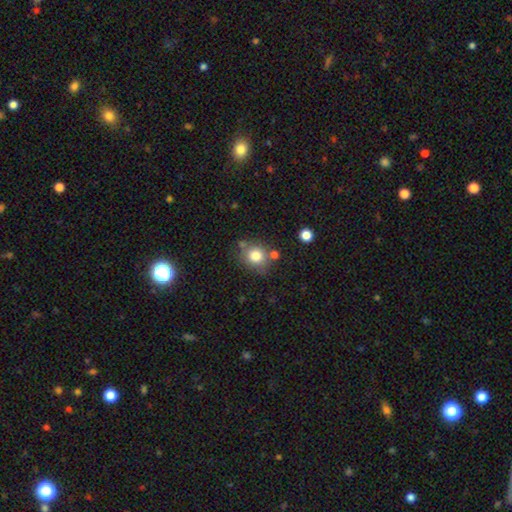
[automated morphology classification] Q: Smooth or featured?
A: smooth (80%); runner-up: star or artifact (11%)
Q: How rounded?
A: round (80%); runner-up: in between (20%)
Q: Merging?
A: none (68%); runner-up: minor disturbance (15%)